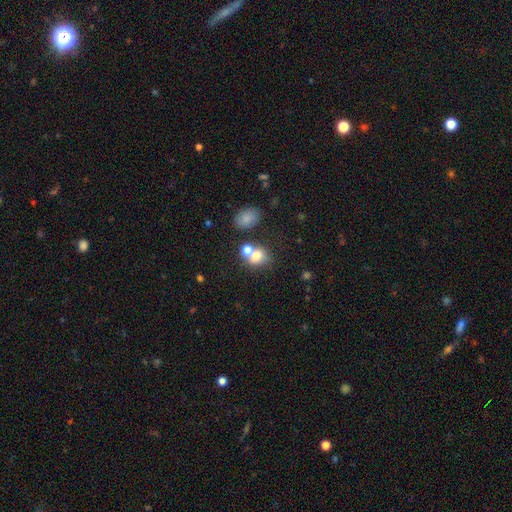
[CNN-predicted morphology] This is likely a smooth galaxy (73%). How rounded: possibly round (55%). Merging: marginally merger (44%).